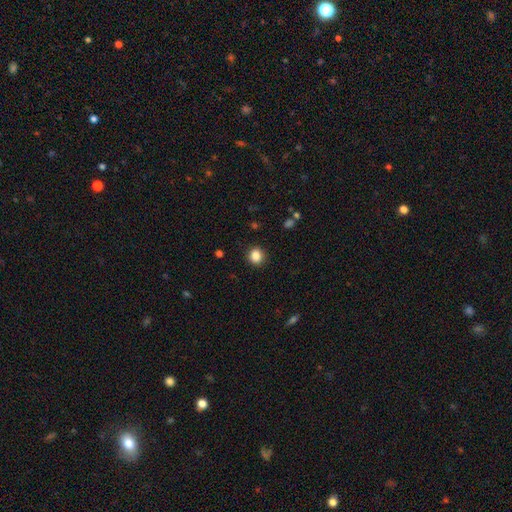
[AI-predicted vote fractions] Morphology: type=smooth (86%); roundness=round (81%); merging=none (90%).